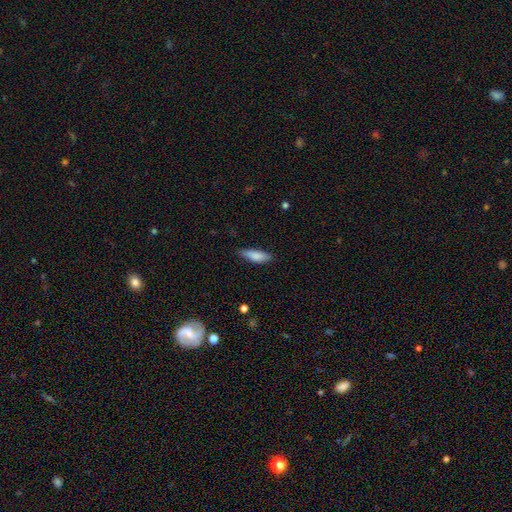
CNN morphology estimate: Smooth or featured?
  - smooth: 85% *
  - featured or disk: 9%
  - star or artifact: 6%
How rounded?
  - in between: 55% *
  - cigar-shaped: 43%
  - round: 2%
Merging?
  - none: 76% *
  - minor disturbance: 19%
  - major disturbance: 3%
  - merger: 1%